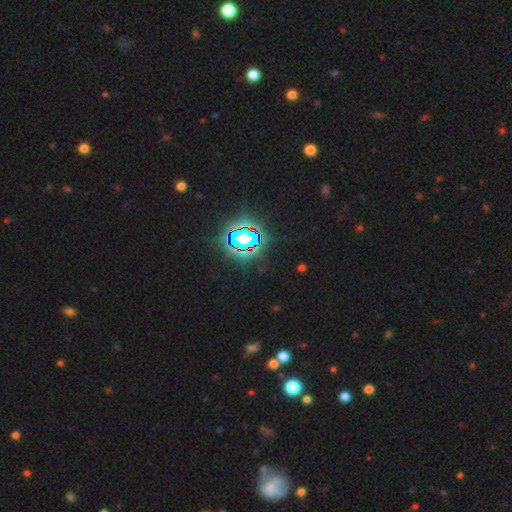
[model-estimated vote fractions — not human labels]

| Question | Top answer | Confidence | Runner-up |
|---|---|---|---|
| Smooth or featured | star or artifact | 83% | smooth (10%) |